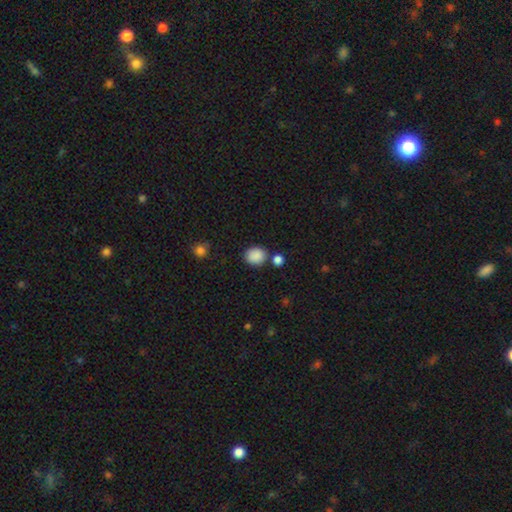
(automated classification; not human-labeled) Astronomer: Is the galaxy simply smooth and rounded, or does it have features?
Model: smooth — 87%.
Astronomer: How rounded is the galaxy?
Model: round — 71%.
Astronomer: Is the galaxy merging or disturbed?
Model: none — 75%.